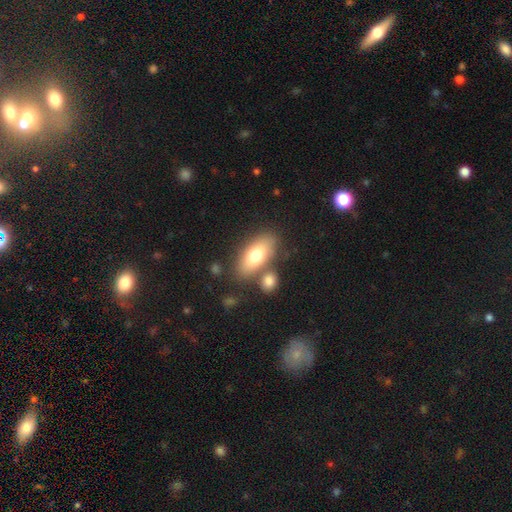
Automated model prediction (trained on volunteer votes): Smooth or featured?
  - smooth: 71% *
  - featured or disk: 22%
  - star or artifact: 7%
How rounded?
  - in between: 82% *
  - cigar-shaped: 13%
  - round: 4%
Merging?
  - none: 67% *
  - merger: 17%
  - minor disturbance: 12%
  - major disturbance: 4%